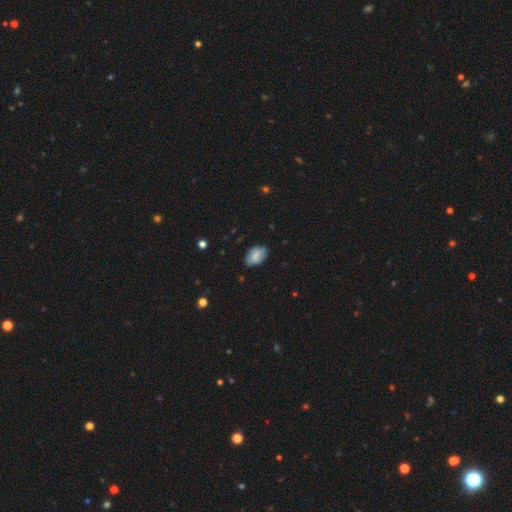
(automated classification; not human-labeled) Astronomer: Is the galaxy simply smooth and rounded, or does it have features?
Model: smooth — 75%.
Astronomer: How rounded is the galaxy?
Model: in between — 87%.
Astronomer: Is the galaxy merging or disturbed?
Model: none — 75%.